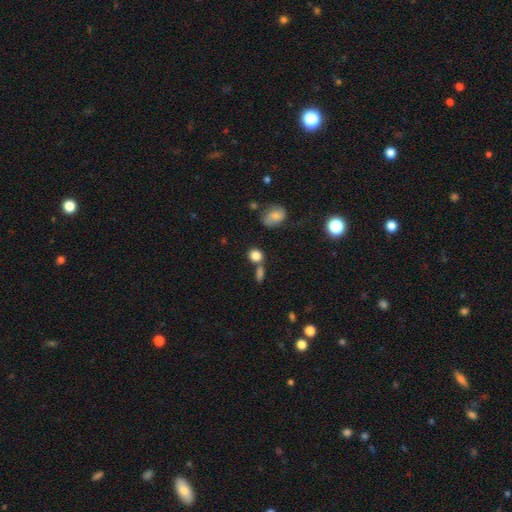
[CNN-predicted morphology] A smooth galaxy with no disk features (83%) that is round (69%). Merging: none (54%).